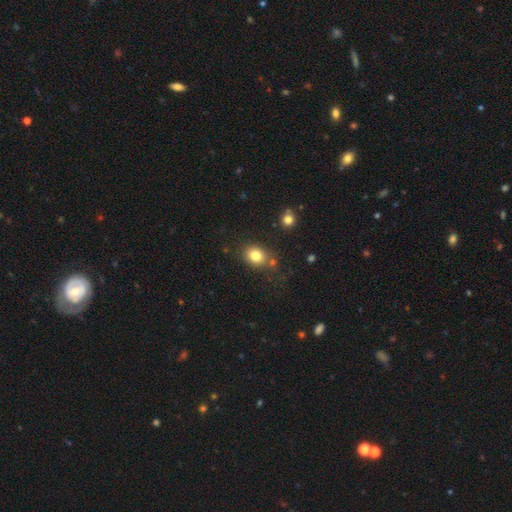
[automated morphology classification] Smooth or featured: smooth — 80% (star or artifact — 11%)
How rounded: round — 55% (in between — 44%)
Merging: none — 74% (minor disturbance — 13%)